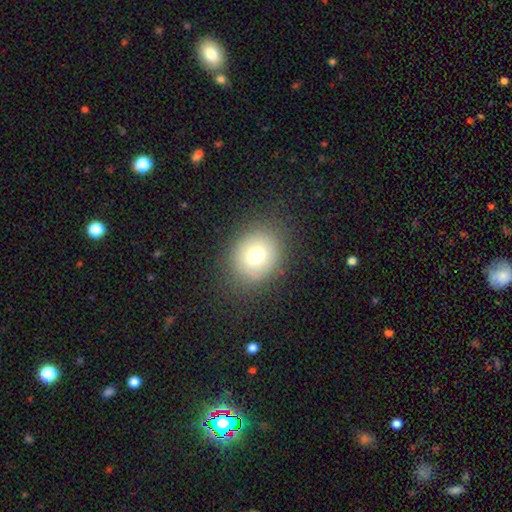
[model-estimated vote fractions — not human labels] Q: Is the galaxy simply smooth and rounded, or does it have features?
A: smooth — 73%.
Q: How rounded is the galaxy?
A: round — 66%.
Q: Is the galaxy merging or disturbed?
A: none — 84%.